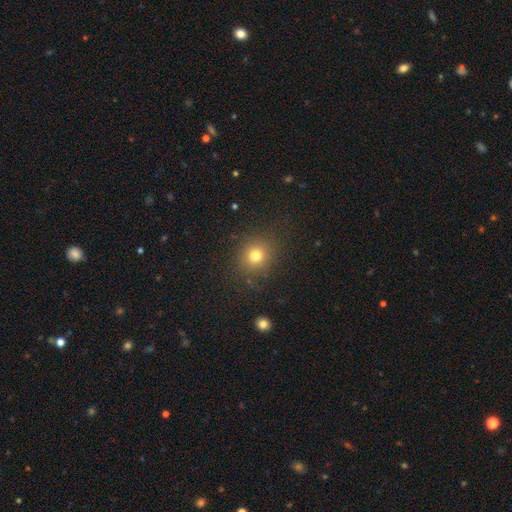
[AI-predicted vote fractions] Morphology: type=smooth (77%); roundness=round (83%); merging=none (86%).